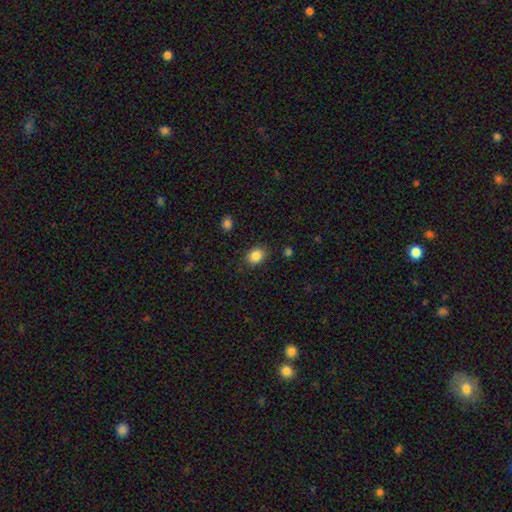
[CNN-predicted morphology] Smooth or featured? Predicted: smooth (p=0.86). How rounded? Predicted: in between (p=0.58). Merging? Predicted: none (p=0.84).